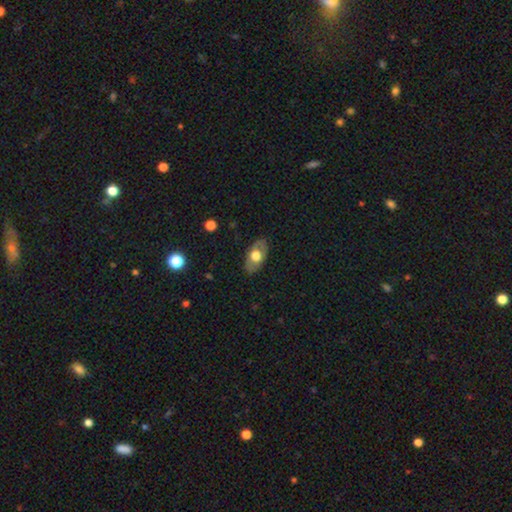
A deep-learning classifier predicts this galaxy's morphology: This is possibly a smooth galaxy (57%). How rounded: clearly in between (90%). Merging: clearly none (84%).